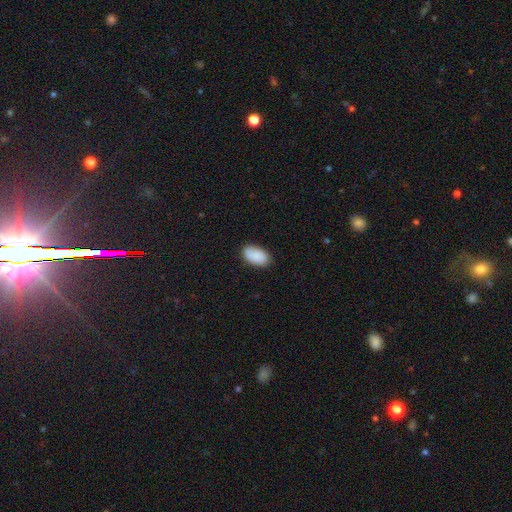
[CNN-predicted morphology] smooth 86%, featured or disk 7%, star or artifact 7%. Down the decision tree: how rounded — in between (94%); merging — none (80%).